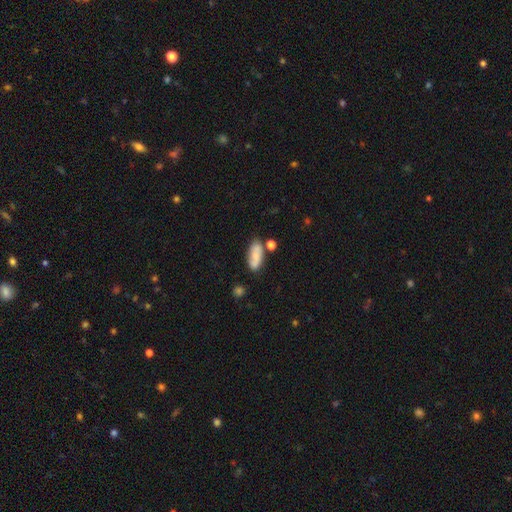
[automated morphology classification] Smooth or featured? Predicted: smooth (p=0.71). How rounded? Predicted: in between (p=0.82). Merging? Predicted: none (p=0.68).